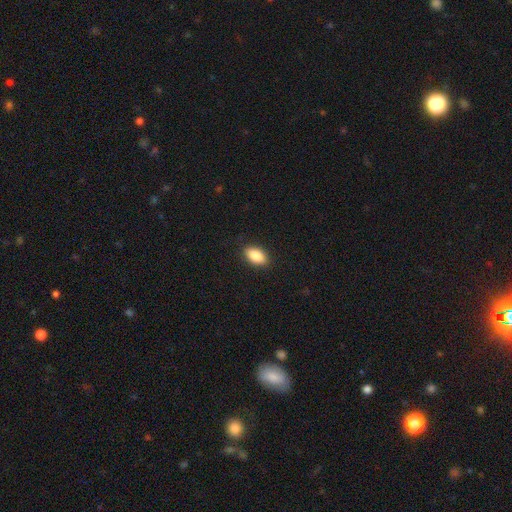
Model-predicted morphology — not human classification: smooth_or_featured: smooth (p=0.87) [alt: star or artifact p=0.07]
how_rounded: in between (p=0.91) [alt: round p=0.05]
merging: none (p=0.88) [alt: minor disturbance p=0.09]